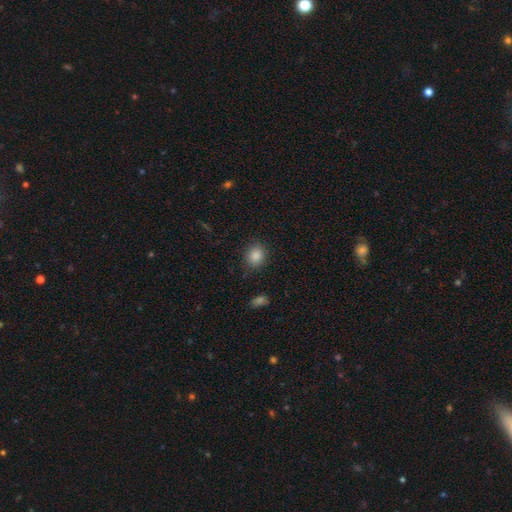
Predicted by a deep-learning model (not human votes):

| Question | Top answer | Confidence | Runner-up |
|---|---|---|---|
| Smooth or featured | smooth | 86% | star or artifact (10%) |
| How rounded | round | 71% | in between (28%) |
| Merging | none | 84% | minor disturbance (12%) |